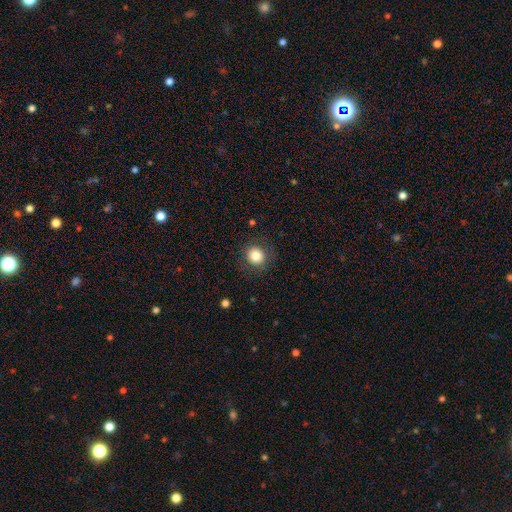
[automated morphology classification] A smooth galaxy with no disk features (82%) that is round (88%).

Vote fractions:
- Smooth or featured? smooth: 82% / star or artifact: 11% / featured or disk: 7%
- How rounded? round: 88% / in between: 11% / cigar-shaped: 1%
- Merging? none: 86% / minor disturbance: 10% / major disturbance: 4% / merger: 1%